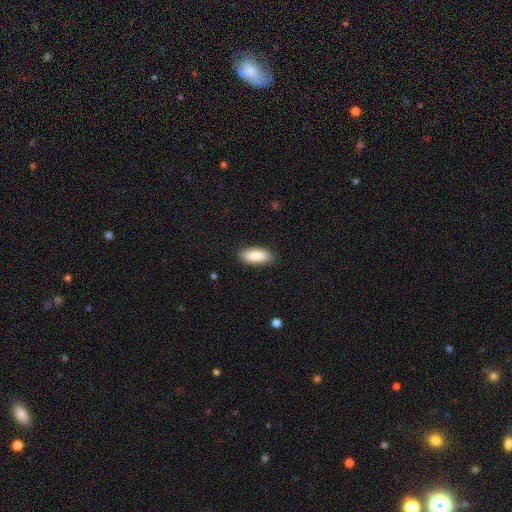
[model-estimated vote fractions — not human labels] Smooth or featured?
  - smooth: 88% *
  - featured or disk: 6%
  - star or artifact: 6%
How rounded?
  - in between: 80% *
  - cigar-shaped: 18%
  - round: 2%
Merging?
  - none: 88% *
  - minor disturbance: 9%
  - major disturbance: 2%
  - merger: 1%